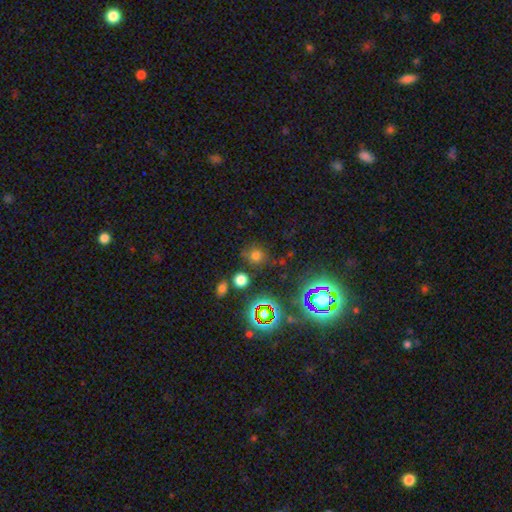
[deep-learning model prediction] A smooth galaxy with no disk features (63%) that is round (84%). Merging: none (75%).